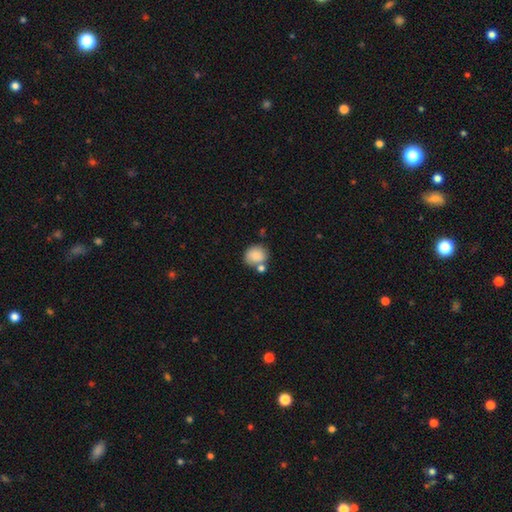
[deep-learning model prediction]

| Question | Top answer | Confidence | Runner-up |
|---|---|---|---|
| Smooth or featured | smooth | 85% | star or artifact (8%) |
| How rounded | round | 72% | in between (27%) |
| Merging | none | 56% | merger (25%) |